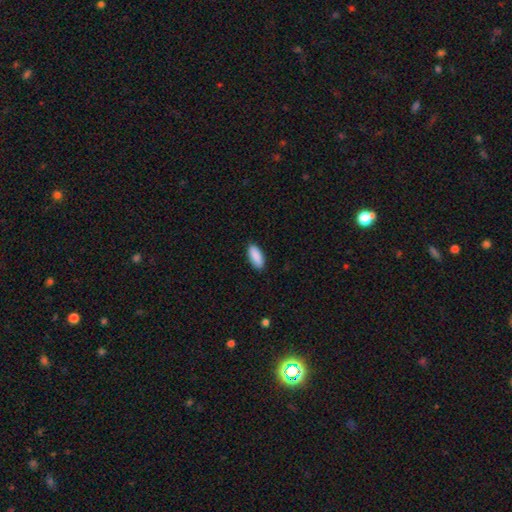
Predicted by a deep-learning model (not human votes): This appears to be a smooth galaxy with no disk features (91%) that is in between round and cigar-shaped (85%). Merging: none (89%).